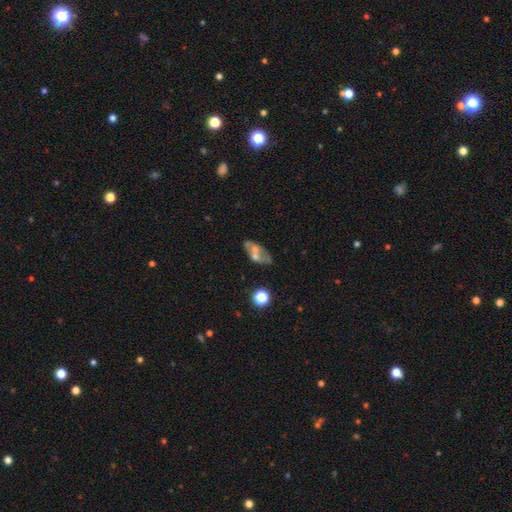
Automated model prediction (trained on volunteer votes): smooth-or-featured: featured or disk: 51% | smooth: 34% | star or artifact: 15%
  disk-edge-on: no: 86% | yes: 14%
  merging: none: 51% | merger: 21% | minor disturbance: 18% | major disturbance: 11%